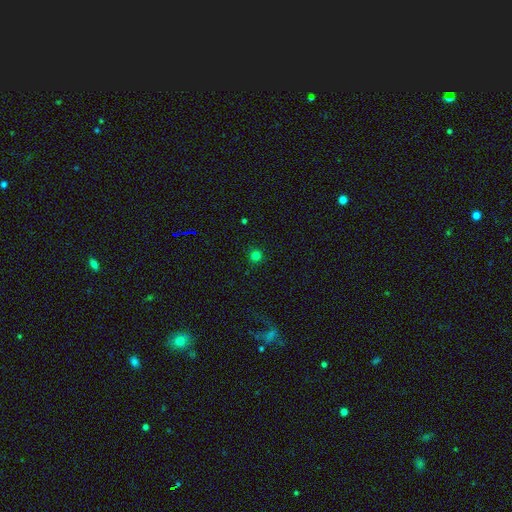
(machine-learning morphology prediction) A smooth galaxy with no disk features (77%) that is round (95%).

Vote fractions:
- Smooth or featured? smooth: 77% / star or artifact: 18% / featured or disk: 5%
- How rounded? round: 95% / in between: 4% / cigar-shaped: 1%
- Merging? none: 91% / minor disturbance: 5% / major disturbance: 2% / merger: 1%